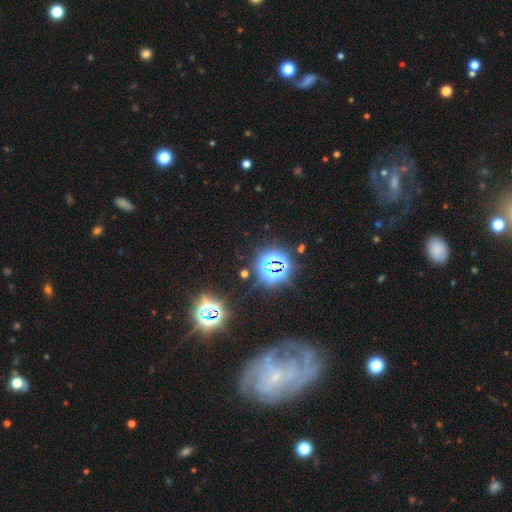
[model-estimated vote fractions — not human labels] star or artifact 49%, featured or disk 30%, smooth 21%.